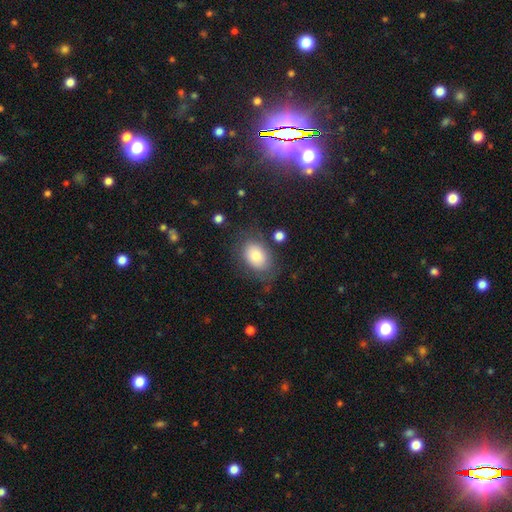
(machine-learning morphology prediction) type=smooth (76%); roundness=in between (76%); merging=none (70%).